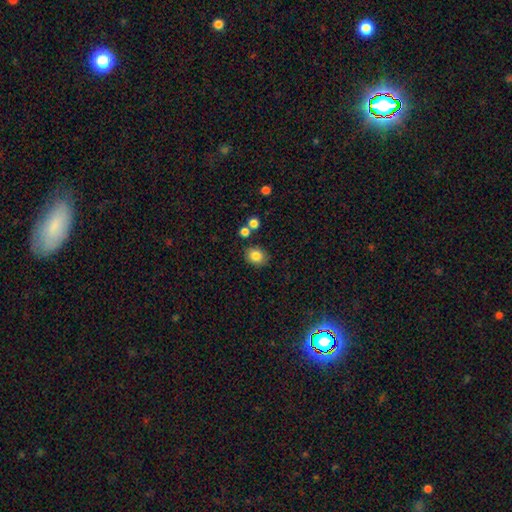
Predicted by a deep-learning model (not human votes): The model was most divided on "how rounded": round: 60%, in between: 39%, cigar-shaped: 1%. More confident: smooth or featured — smooth (84%); merging — none (81%).